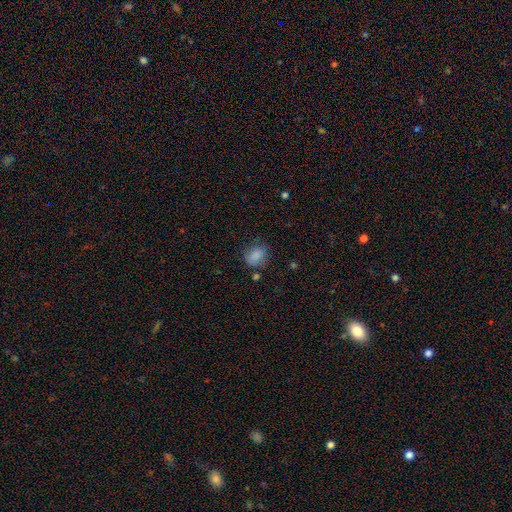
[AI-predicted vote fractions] Overall: smooth (84%). How rounded: round (51%; in between 48%). Merging: none (69%).